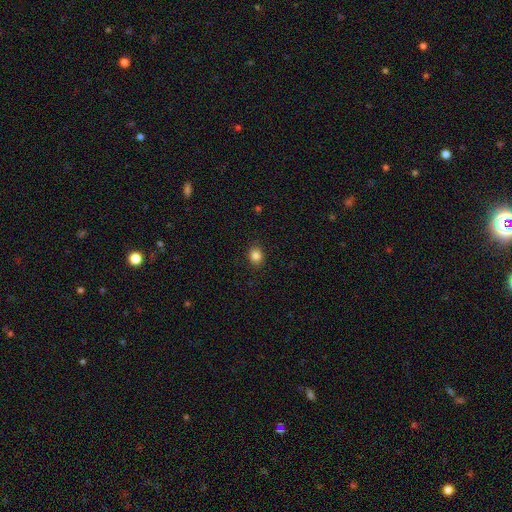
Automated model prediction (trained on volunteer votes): Q: Smooth or featured?
A: smooth (85%); runner-up: star or artifact (11%)
Q: How rounded?
A: round (62%); runner-up: in between (37%)
Q: Merging?
A: none (89%); runner-up: minor disturbance (8%)